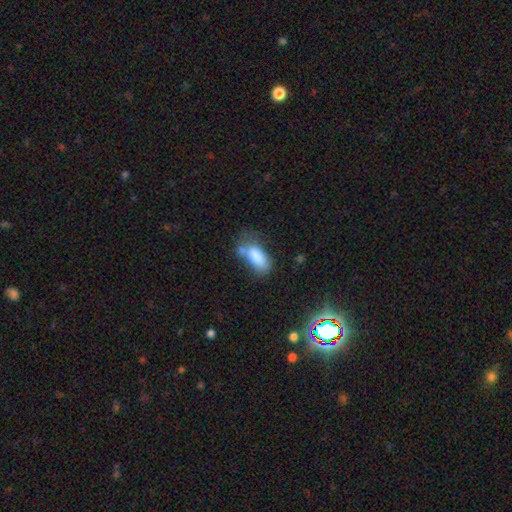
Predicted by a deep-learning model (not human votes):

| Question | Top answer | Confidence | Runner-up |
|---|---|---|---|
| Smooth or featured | smooth | 79% | featured or disk (12%) |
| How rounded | in between | 88% | cigar-shaped (8%) |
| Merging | none | 35% | minor disturbance (27%) |